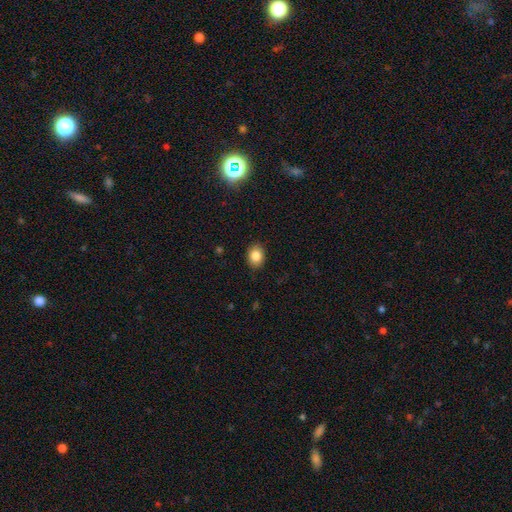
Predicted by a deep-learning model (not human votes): smooth 85%, star or artifact 9%, featured or disk 6%. Down the decision tree: how rounded — in between (60%); merging — none (87%).